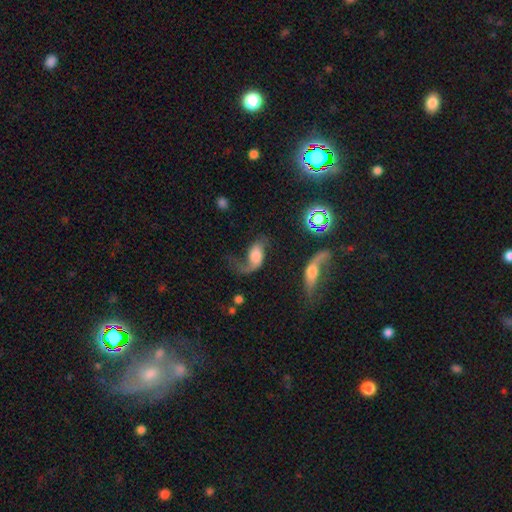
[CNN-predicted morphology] Smooth or featured?
  - featured or disk: 67% *
  - smooth: 24%
  - star or artifact: 9%
Edge-on disk?
  - no: 95% *
  - yes: 5%
Bar?
  - no: 61% *
  - weak: 30%
  - strong: 9%
Spiral arms?
  - yes: 90% *
  - no: 10%
Spiral winding?
  - loose: 82% *
  - medium: 14%
  - tight: 4%
Spiral arm count?
  - 2: 57% *
  - 1: 38%
  - can't tell: 3%
  - 3: 1%
  - 4: 1%
  - more than 4: 1%
Bulge size?
  - large: 30% *
  - moderate: 29%
  - small: 17%
  - none: 15%
  - dominant: 9%
Merging?
  - major disturbance: 37% *
  - none: 34%
  - minor disturbance: 18%
  - merger: 11%